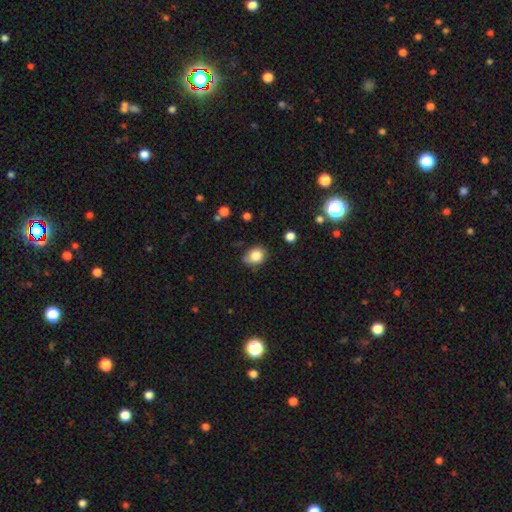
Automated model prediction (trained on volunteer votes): Smooth or featured: smooth — 83% (star or artifact — 10%)
How rounded: round — 59% (in between — 40%)
Merging: none — 69% (minor disturbance — 23%)